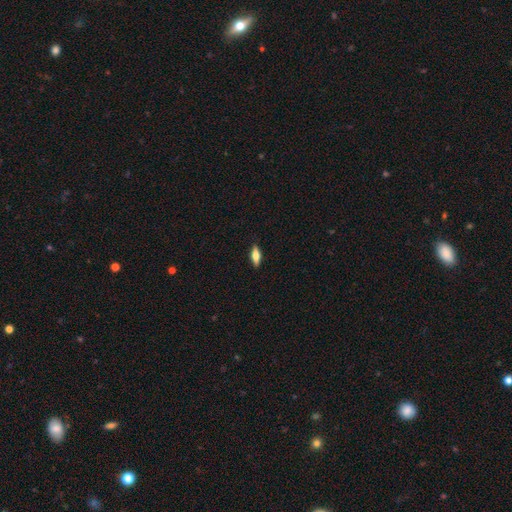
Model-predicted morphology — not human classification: smooth 56%, featured or disk 36%, star or artifact 7%. Down the decision tree: how rounded — in between (61%); merging — none (89%).